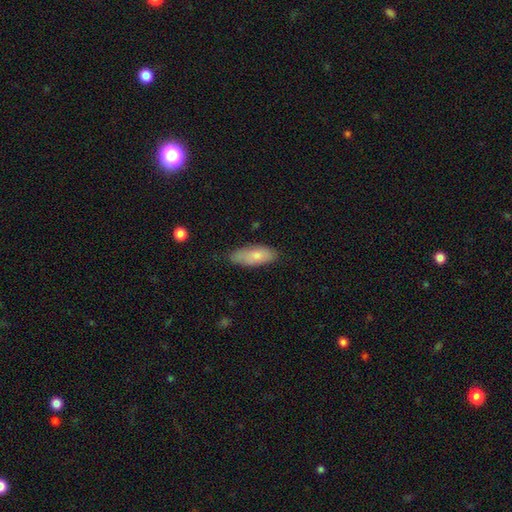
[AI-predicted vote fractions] Smooth or featured? Predicted: smooth (p=0.77). How rounded? Predicted: in between (p=0.76). Merging? Predicted: none (p=0.72).